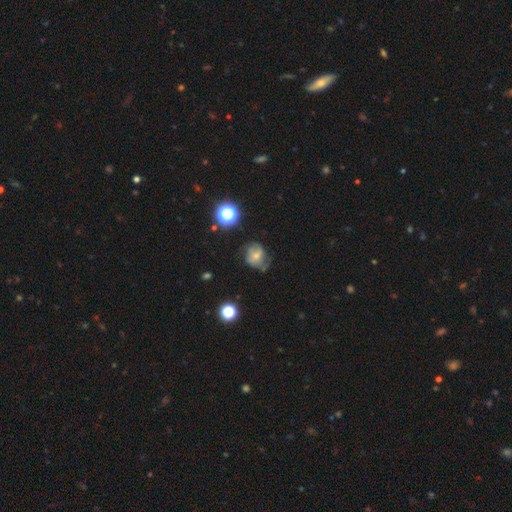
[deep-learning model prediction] Smooth or featured: smooth — 44% (featured or disk — 41%)
Merging: none — 48% (minor disturbance — 31%)